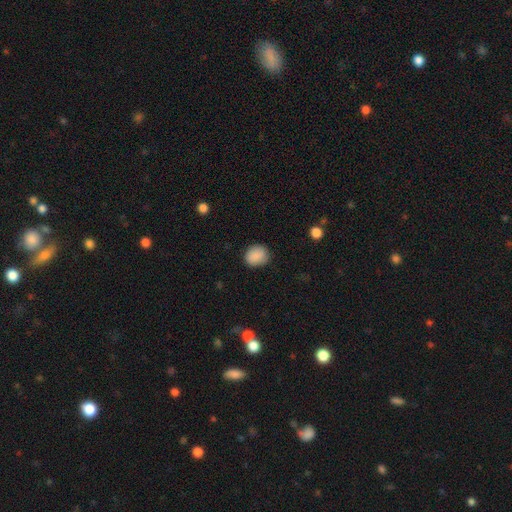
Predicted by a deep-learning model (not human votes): Q: Smooth or featured?
A: smooth (88%); runner-up: star or artifact (8%)
Q: How rounded?
A: round (68%); runner-up: in between (31%)
Q: Merging?
A: none (84%); runner-up: minor disturbance (12%)